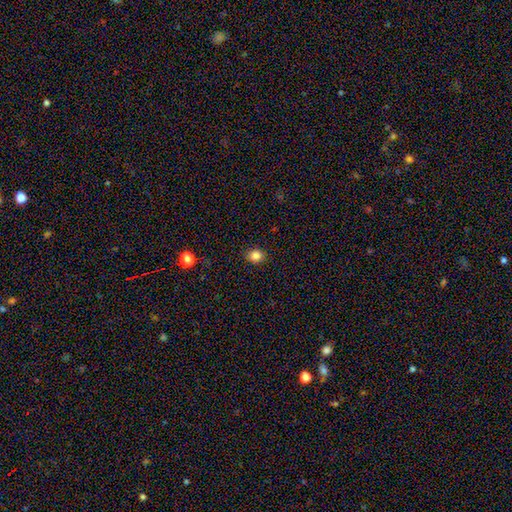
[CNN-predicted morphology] The model was most divided on "how rounded": round: 62%, in between: 37%, cigar-shaped: 1%. More confident: merging — none (90%); smooth or featured — smooth (84%).